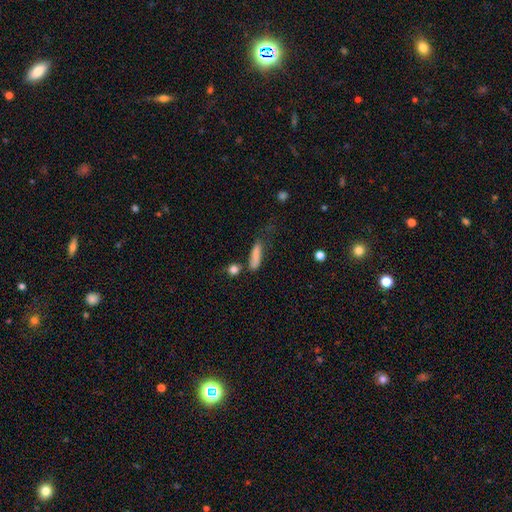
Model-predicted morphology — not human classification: Smooth or featured: smooth — 81% (featured or disk — 10%)
How rounded: cigar-shaped — 62% (in between — 33%)
Merging: none — 49% (minor disturbance — 24%)